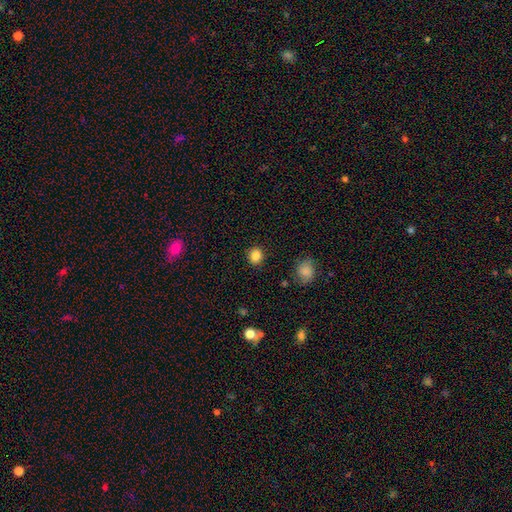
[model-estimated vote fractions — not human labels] This is clearly a smooth galaxy (85%). How rounded: likely round (75%). Merging: clearly none (89%).